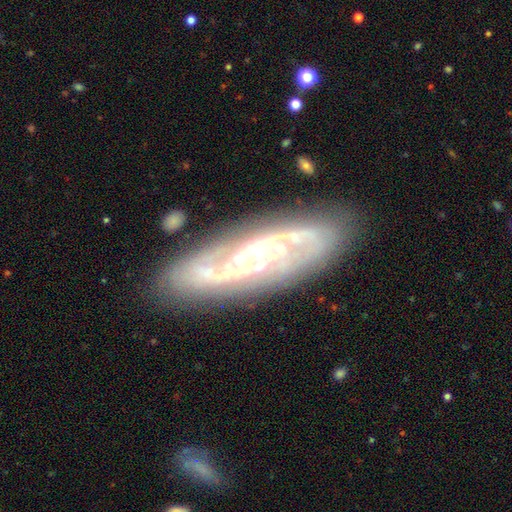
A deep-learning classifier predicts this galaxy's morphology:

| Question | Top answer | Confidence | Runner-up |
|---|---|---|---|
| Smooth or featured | featured or disk | 84% | smooth (9%) |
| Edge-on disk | no | 86% | yes (14%) |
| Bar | no | 45% | weak (39%) |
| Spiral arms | yes | 95% | no (5%) |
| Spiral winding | medium | 45% | tight (37%) |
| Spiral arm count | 2 | 61% | can't tell (18%) |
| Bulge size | small | 61% | moderate (32%) |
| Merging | none | 80% | minor disturbance (13%) |